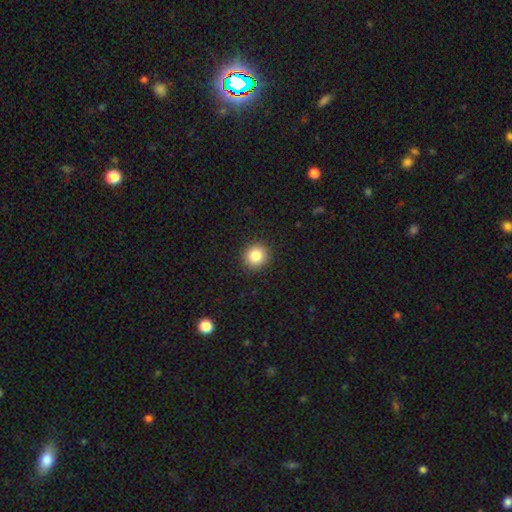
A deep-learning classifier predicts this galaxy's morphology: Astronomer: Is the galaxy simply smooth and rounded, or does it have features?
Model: smooth — 84%.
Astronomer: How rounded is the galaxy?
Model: round — 92%.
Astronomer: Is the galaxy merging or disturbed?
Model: none — 92%.